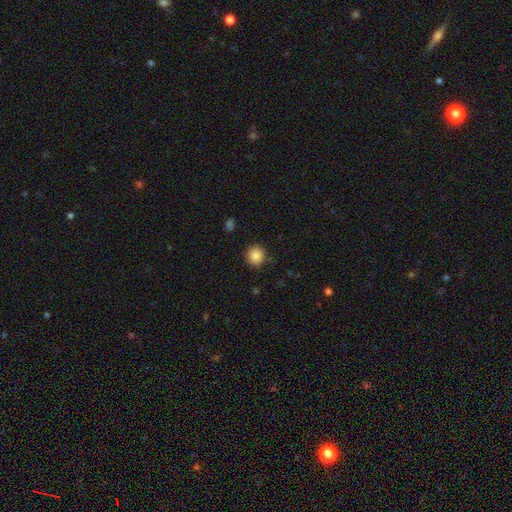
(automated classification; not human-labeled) This appears to be a smooth galaxy with no disk features (87%) that is round (91%). Merging: none (88%).